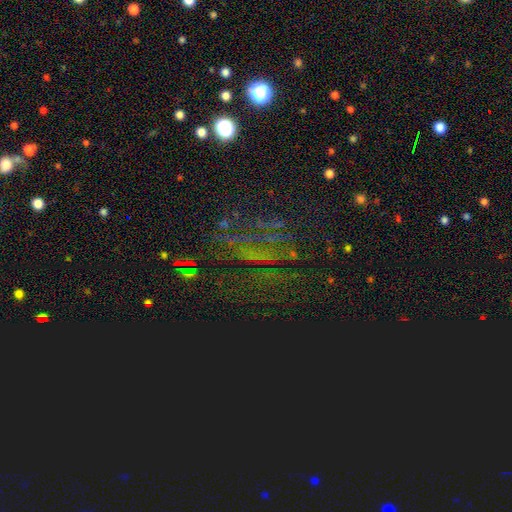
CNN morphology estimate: This is possibly a star or artifact rather than a galaxy (58%).